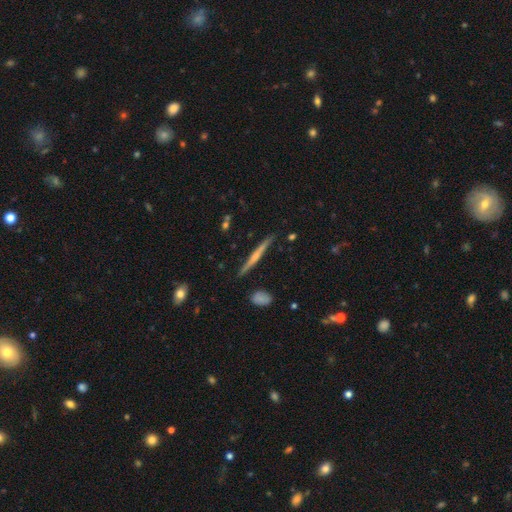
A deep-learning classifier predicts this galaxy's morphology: smooth-or-featured: featured or disk: 60% | smooth: 34% | star or artifact: 6%
  disk-edge-on: yes: 97% | no: 3%
    edge-on-bulge: rounded: 47% | none: 44% | boxy: 9%
  merging: none: 88% | minor disturbance: 9% | merger: 2% | major disturbance: 2%